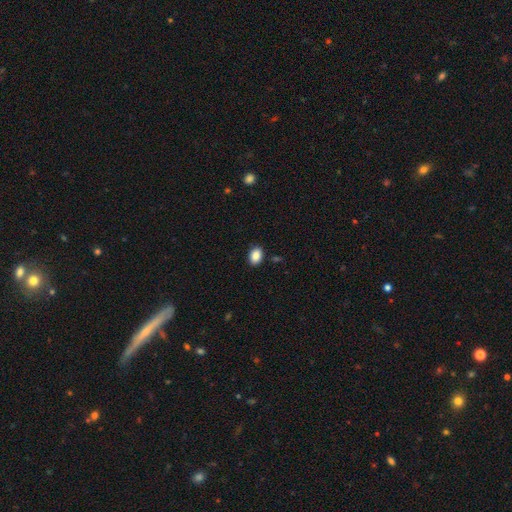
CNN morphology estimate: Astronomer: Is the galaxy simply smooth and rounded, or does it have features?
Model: smooth — 88%.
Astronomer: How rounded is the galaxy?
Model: in between — 76%.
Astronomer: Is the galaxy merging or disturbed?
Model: none — 89%.